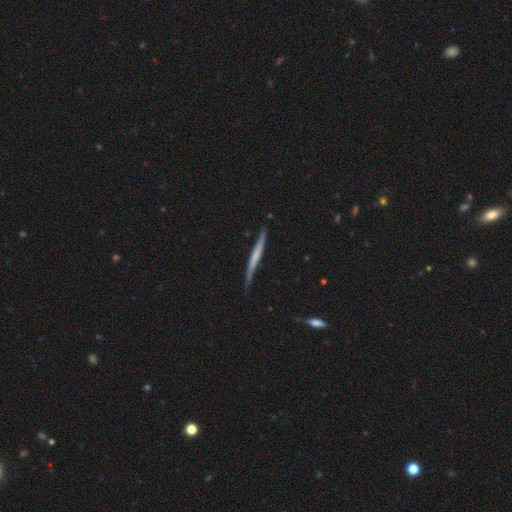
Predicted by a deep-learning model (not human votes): Smooth or featured: featured or disk — 54% (smooth — 41%)
Edge-on disk: yes — 94% (no — 6%)
Edge-on bulge: none — 74% (rounded — 15%)
Merging: none — 76% (minor disturbance — 19%)